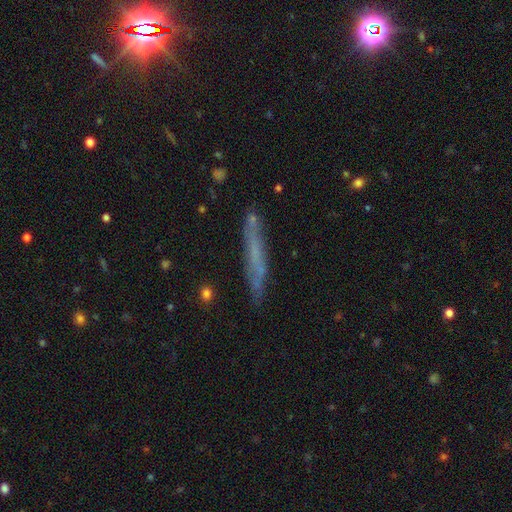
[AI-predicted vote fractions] Smooth or featured: smooth — 43% (tied with featured or disk — 43%)
Merging: none — 80% (minor disturbance — 15%)